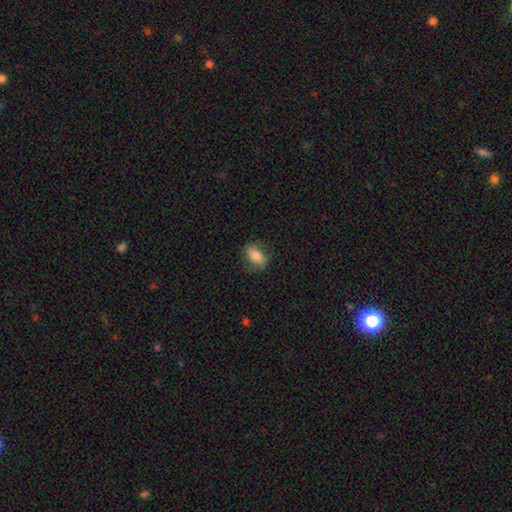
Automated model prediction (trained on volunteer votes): Overall: smooth (73%). How rounded: in between (85%). Merging: none (77%).